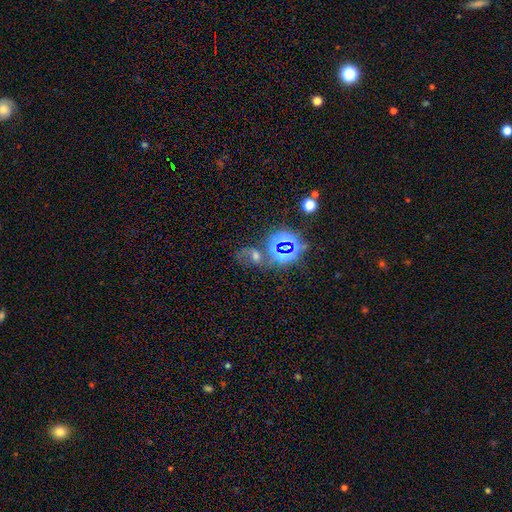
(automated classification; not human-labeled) This appears to be a star or artifact, not a galaxy (43%).